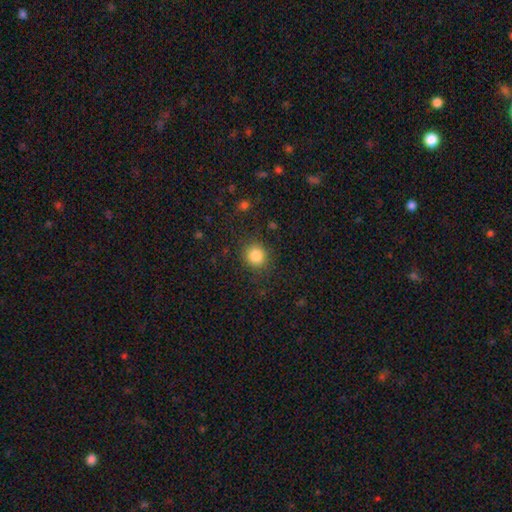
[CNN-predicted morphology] This appears to be a smooth galaxy with no disk features (85%) that is round (88%). Merging: none (87%).